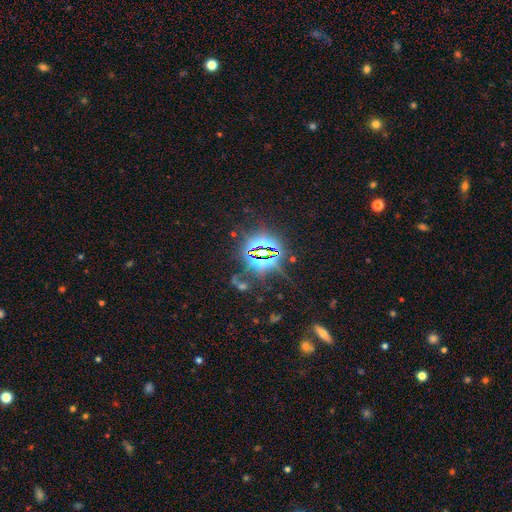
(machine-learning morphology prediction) Smooth or featured?
  - star or artifact: 81% *
  - smooth: 10%
  - featured or disk: 9%